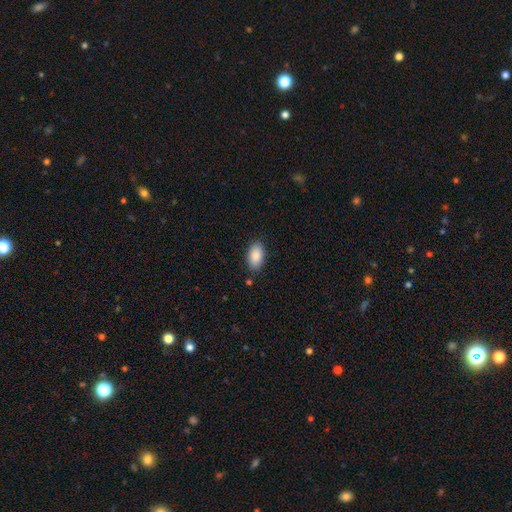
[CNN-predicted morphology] type=smooth (89%); roundness=in between (94%); merging=none (85%).